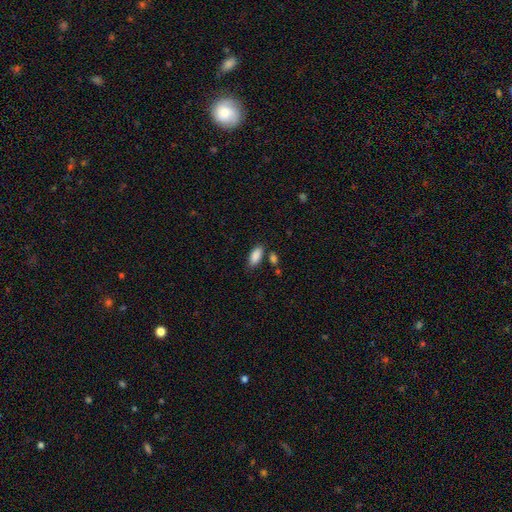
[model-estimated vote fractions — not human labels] Smooth or featured: smooth — 89% (star or artifact — 7%)
How rounded: in between — 90% (cigar-shaped — 8%)
Merging: none — 76% (minor disturbance — 13%)